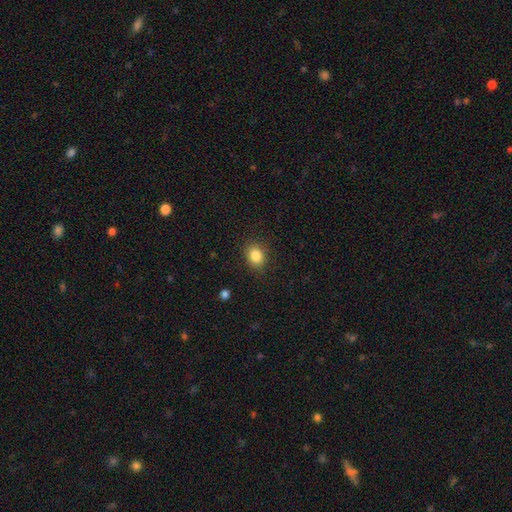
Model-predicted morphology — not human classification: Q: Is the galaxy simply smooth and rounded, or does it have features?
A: smooth — 85%.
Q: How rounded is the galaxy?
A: in between — 50%.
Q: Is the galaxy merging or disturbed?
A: none — 86%.